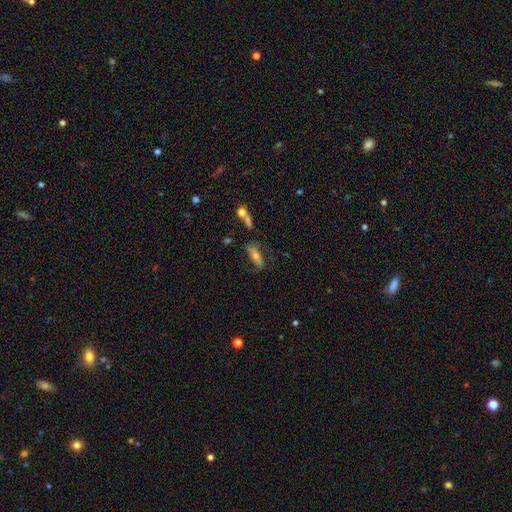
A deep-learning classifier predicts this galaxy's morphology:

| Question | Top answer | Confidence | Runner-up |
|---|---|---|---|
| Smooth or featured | featured or disk | 50% | smooth (40%) |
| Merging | none | 50% | minor disturbance (23%) |